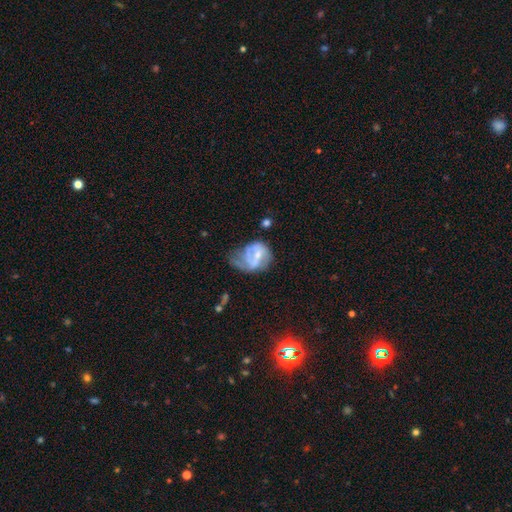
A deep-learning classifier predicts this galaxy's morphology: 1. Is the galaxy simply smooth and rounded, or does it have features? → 54% featured or disk, 38% smooth, 8% star or artifact.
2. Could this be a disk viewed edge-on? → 97% no, 3% yes.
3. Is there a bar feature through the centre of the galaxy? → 43% weak, 41% no, 16% strong.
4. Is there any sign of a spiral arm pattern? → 54% yes, 46% no.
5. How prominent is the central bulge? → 45% small, 35% moderate, 16% none, 3% large, 1% dominant.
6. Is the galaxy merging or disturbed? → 39% major disturbance, 29% minor disturbance, 25% none, 6% merger.